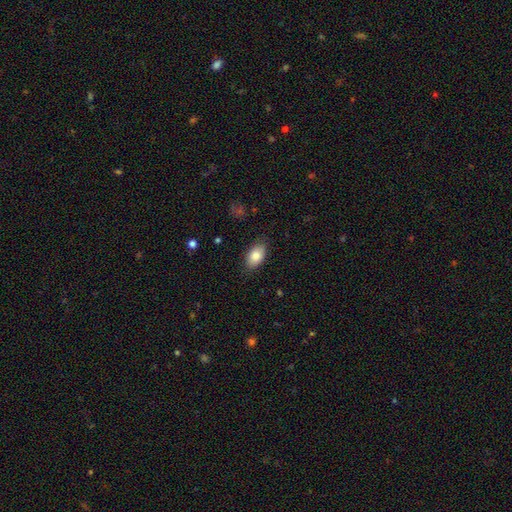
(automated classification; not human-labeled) Smooth or featured? Predicted: smooth (p=0.84). How rounded? Predicted: in between (p=0.92). Merging? Predicted: none (p=0.85).